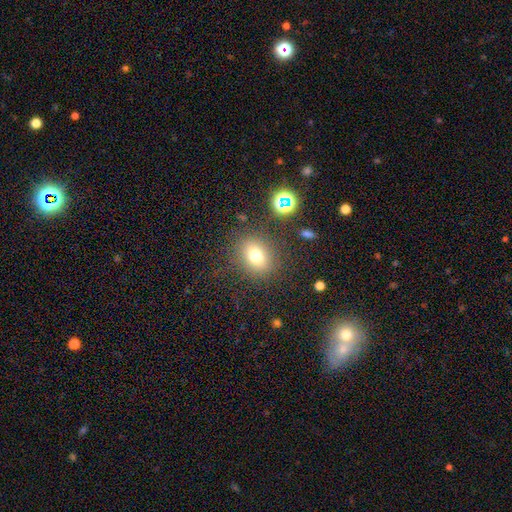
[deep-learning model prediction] A smooth galaxy with no disk features (73%) that is round (57%).

Vote fractions:
- Smooth or featured? smooth: 73% / star or artifact: 16% / featured or disk: 11%
- How rounded? round: 57% / in between: 41% / cigar-shaped: 1%
- Merging? none: 82% / minor disturbance: 10% / major disturbance: 5% / merger: 3%